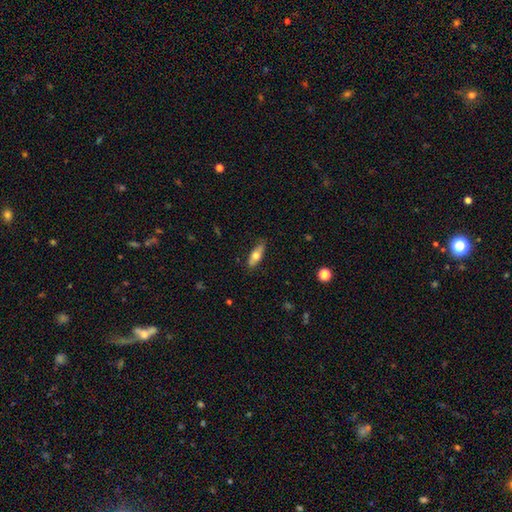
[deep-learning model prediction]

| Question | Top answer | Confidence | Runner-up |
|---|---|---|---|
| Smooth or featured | smooth | 60% | featured or disk (34%) |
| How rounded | in between | 56% | cigar-shaped (42%) |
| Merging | none | 83% | minor disturbance (14%) |